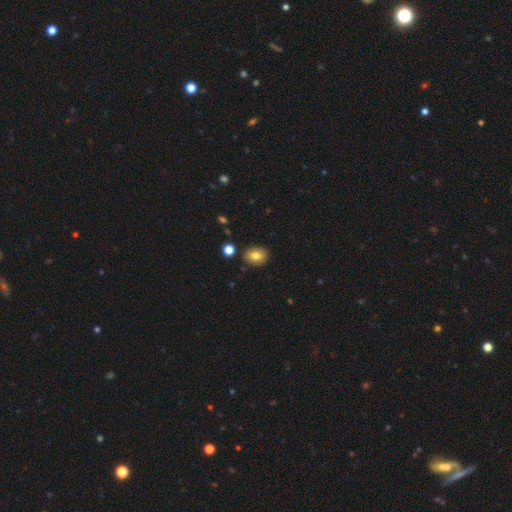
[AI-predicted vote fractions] smooth 78%, featured or disk 12%, star or artifact 9%. Down the decision tree: how rounded — in between (61%); merging — none (87%).